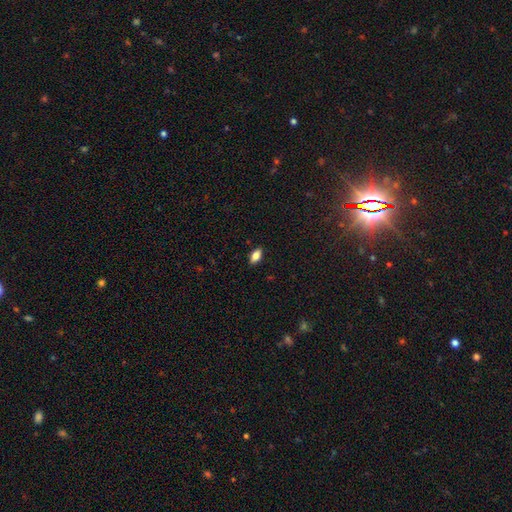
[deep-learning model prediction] Q: Smooth or featured?
A: smooth (78%); runner-up: featured or disk (13%)
Q: How rounded?
A: in between (88%); runner-up: cigar-shaped (8%)
Q: Merging?
A: none (88%); runner-up: minor disturbance (9%)